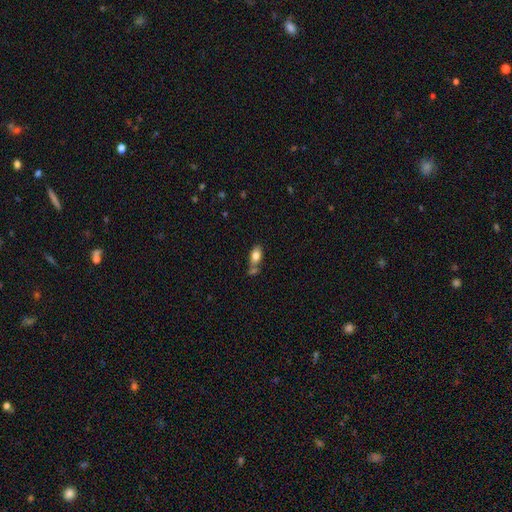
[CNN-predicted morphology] A smooth galaxy with no disk features (79%) that is in between round and cigar-shaped (87%). Merging: none (46%).